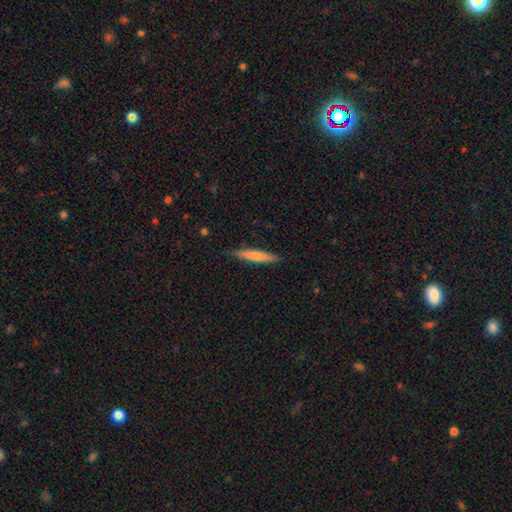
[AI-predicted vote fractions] Smooth or featured? Predicted: smooth (p=0.72). How rounded? Predicted: cigar-shaped (p=0.92). Merging? Predicted: none (p=0.88).